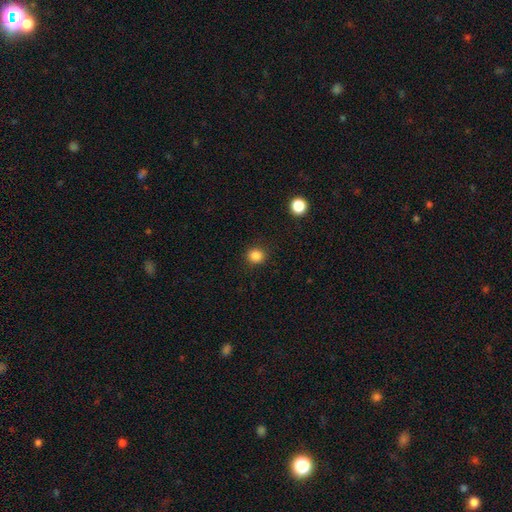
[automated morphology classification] smooth 85%, star or artifact 12%, featured or disk 3%. Down the decision tree: how rounded — round (86%); merging — none (91%).